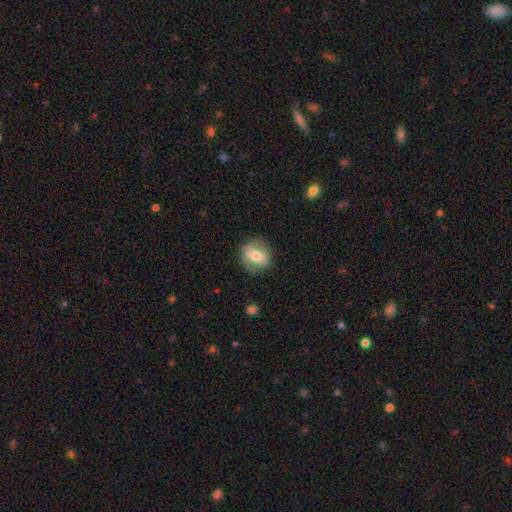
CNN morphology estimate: smooth_or_featured: featured or disk (p=0.48) [alt: smooth p=0.45]
merging: none (p=0.78) [alt: minor disturbance p=0.15]